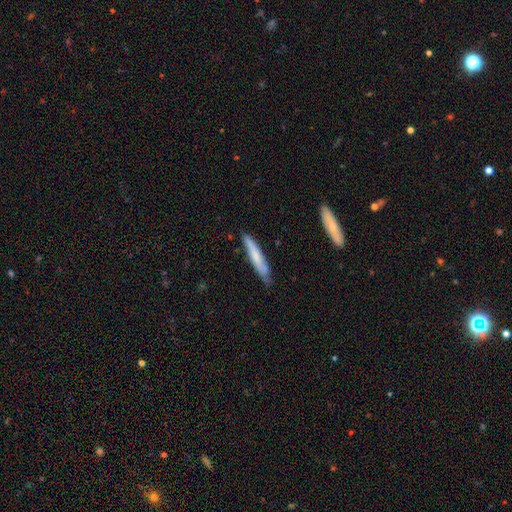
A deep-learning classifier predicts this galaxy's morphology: This is likely a smooth galaxy (63%). How rounded: clearly cigar-shaped (92%). Merging: likely none (77%).